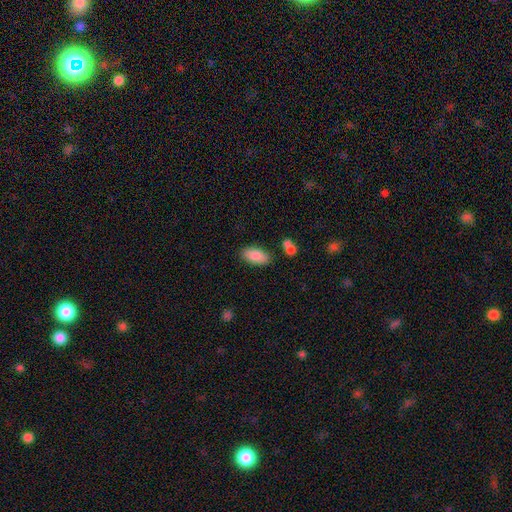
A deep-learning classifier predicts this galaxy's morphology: Overall: smooth (86%). How rounded: in between (92%). Merging: none (81%).